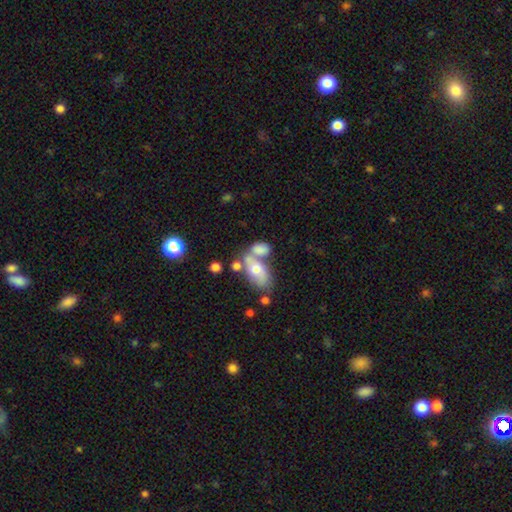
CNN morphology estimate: Smooth or featured? smooth (54%)
How rounded? in between (85%)
Merging? merger (47%)